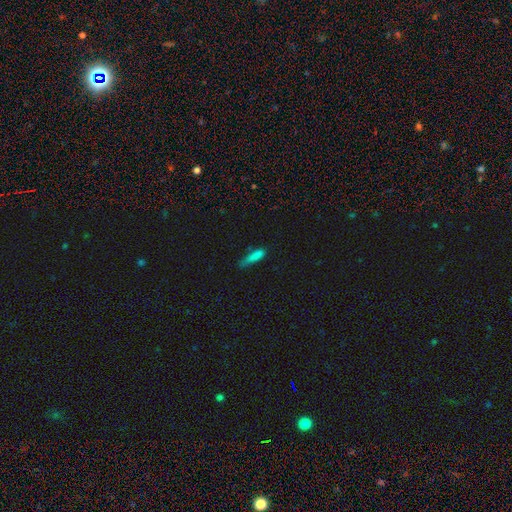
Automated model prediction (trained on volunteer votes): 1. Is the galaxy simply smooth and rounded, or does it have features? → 80% smooth, 11% star or artifact, 9% featured or disk.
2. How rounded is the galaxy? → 80% cigar-shaped, 18% in between, 2% round.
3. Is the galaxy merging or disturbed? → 56% none, 31% minor disturbance, 9% major disturbance, 4% merger.